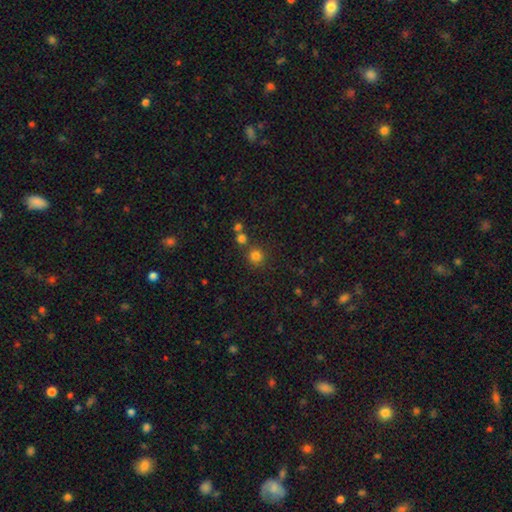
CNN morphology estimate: A smooth galaxy with no disk features (77%) that is round (91%).

Vote fractions:
- Smooth or featured? smooth: 77% / star or artifact: 17% / featured or disk: 6%
- How rounded? round: 91% / in between: 8% / cigar-shaped: 1%
- Merging? none: 75% / merger: 14% / minor disturbance: 8% / major disturbance: 3%